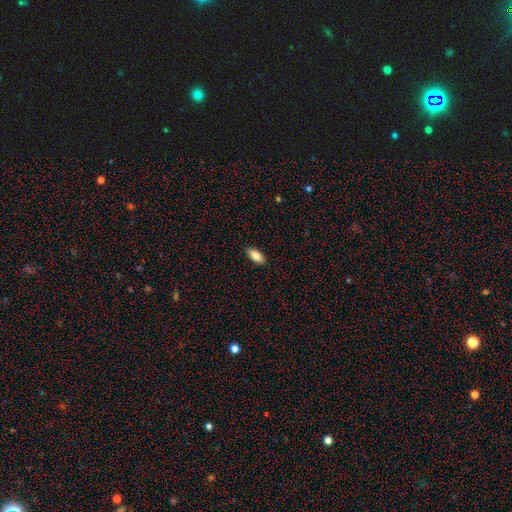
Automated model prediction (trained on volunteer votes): A smooth galaxy with no disk features (85%) that is in between round and cigar-shaped (87%). Merging: none (89%).